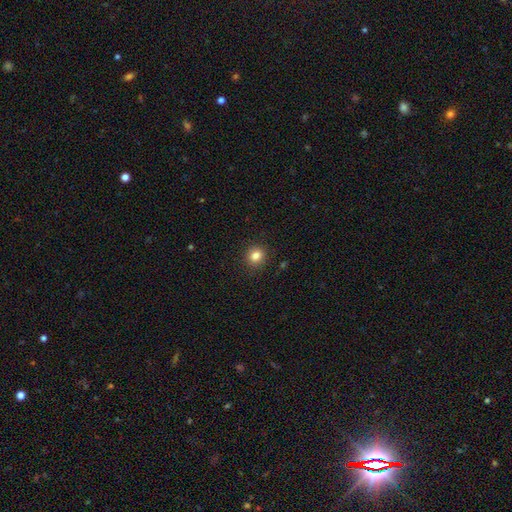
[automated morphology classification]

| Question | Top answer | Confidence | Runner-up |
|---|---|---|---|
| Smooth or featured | smooth | 83% | star or artifact (11%) |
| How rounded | round | 83% | in between (16%) |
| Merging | none | 90% | minor disturbance (7%) |